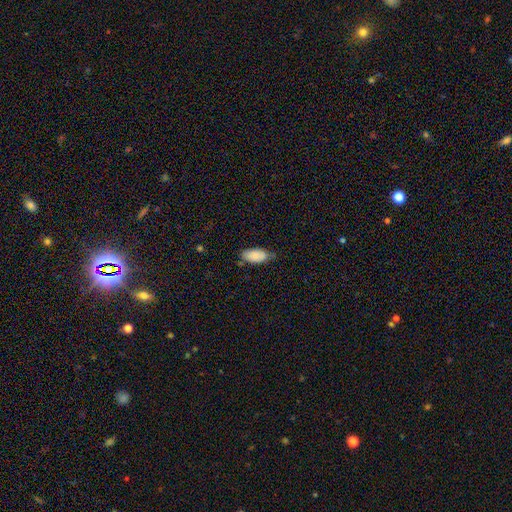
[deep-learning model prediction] Smooth or featured? smooth (88%)
How rounded? in between (92%)
Merging? none (70%)